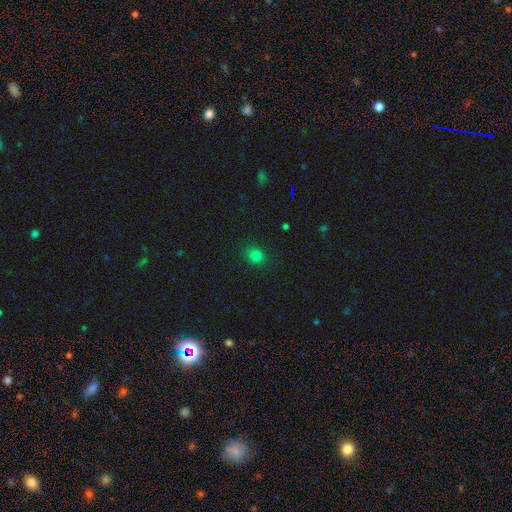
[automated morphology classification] smooth-or-featured: smooth: 79% | star or artifact: 16% | featured or disk: 5%
  how-rounded: round: 78% | in between: 21% | cigar-shaped: 1%
  merging: none: 87% | minor disturbance: 9% | major disturbance: 3% | merger: 1%